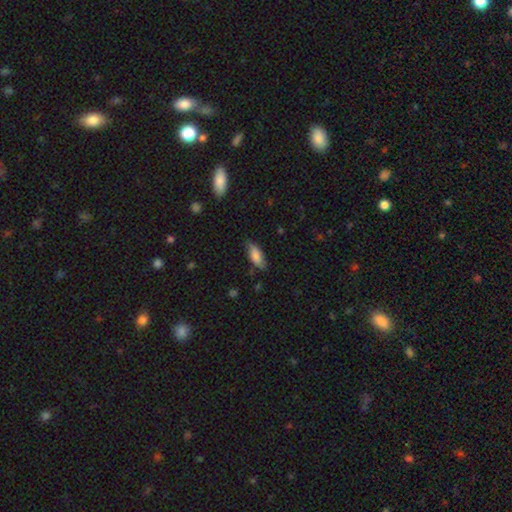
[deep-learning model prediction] smooth-or-featured: smooth: 77% | featured or disk: 17% | star or artifact: 7%
  how-rounded: in between: 76% | cigar-shaped: 22% | round: 2%
  merging: none: 73% | minor disturbance: 21% | major disturbance: 4% | merger: 1%